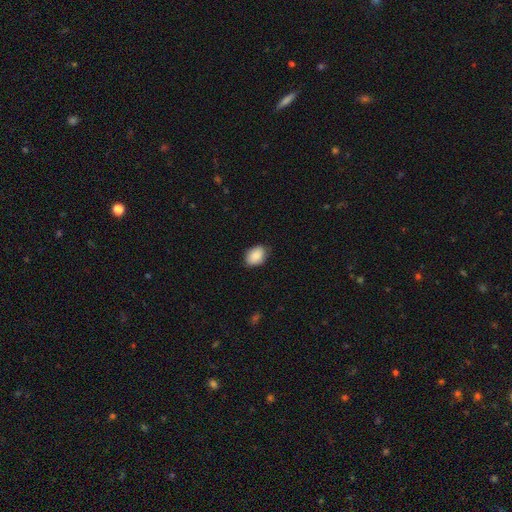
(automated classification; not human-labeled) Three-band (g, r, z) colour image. It shows a smooth galaxy with no disk features (89%) that is in between round and cigar-shaped (80%). Merging: none (79%).